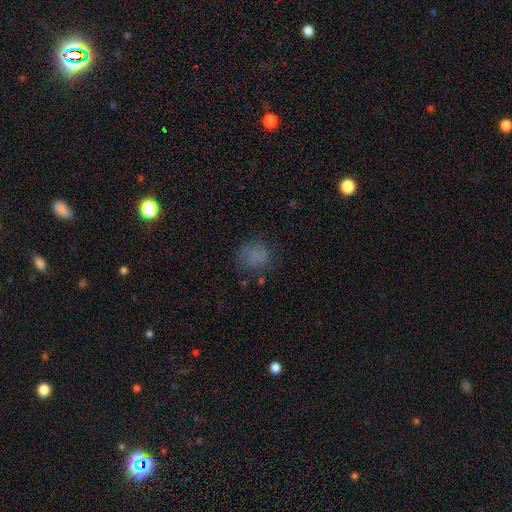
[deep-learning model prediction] A smooth galaxy with no disk features (71%) that is round (78%). Merging: none (70%).